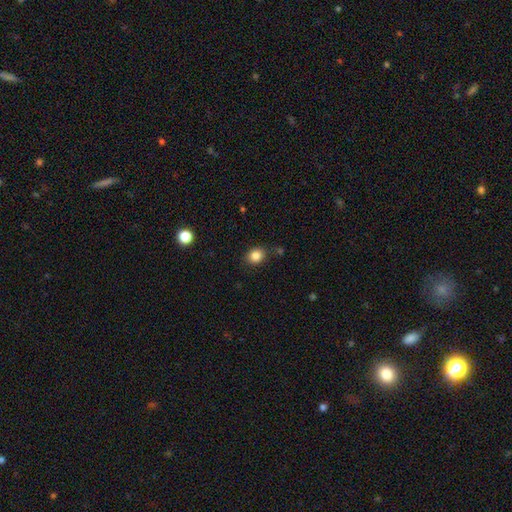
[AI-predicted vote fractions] smooth 85%, star or artifact 10%, featured or disk 5%. Down the decision tree: how rounded — round (59%); merging — none (84%).